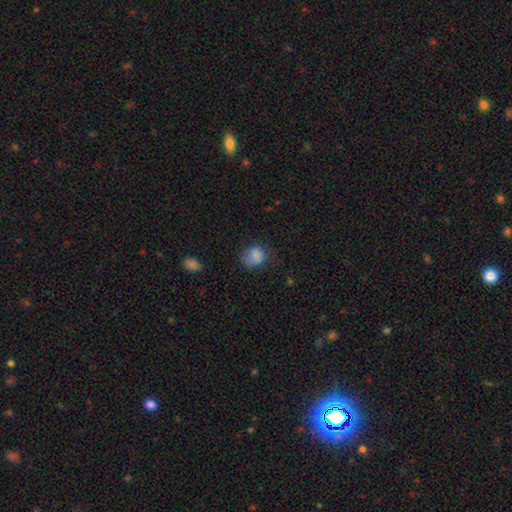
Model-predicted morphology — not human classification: This appears to be a smooth galaxy with no disk features (83%) that is round (65%). Merging: none (55%).